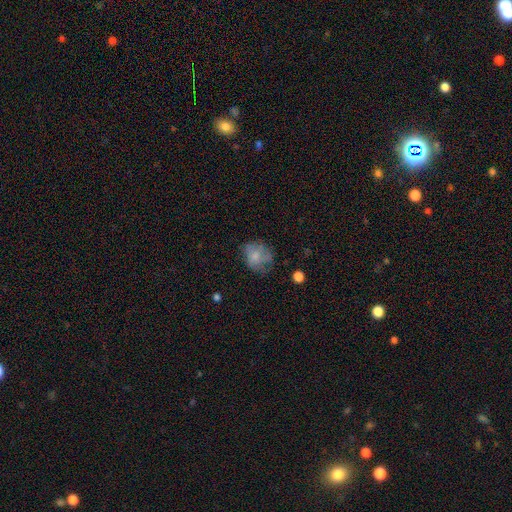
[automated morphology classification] smooth 66%, featured or disk 25%, star or artifact 10%. Down the decision tree: how rounded — round (61%); merging — none (52%).